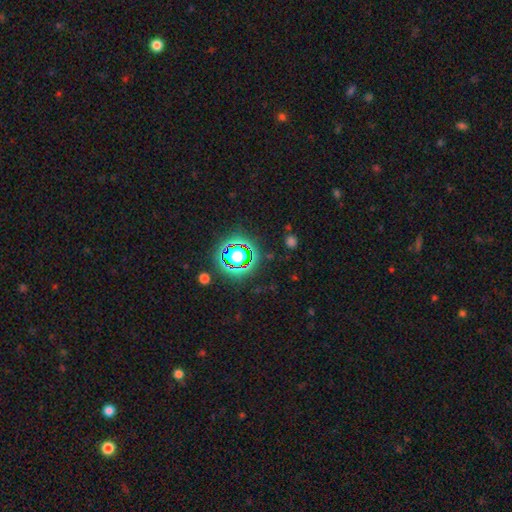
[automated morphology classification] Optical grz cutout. It shows a star or artifact, not a galaxy (80%).